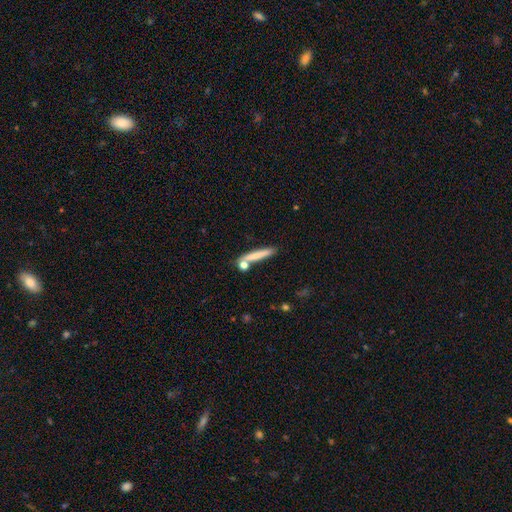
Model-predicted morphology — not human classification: type=smooth (71%); roundness=cigar-shaped (89%); merging=none (71%).